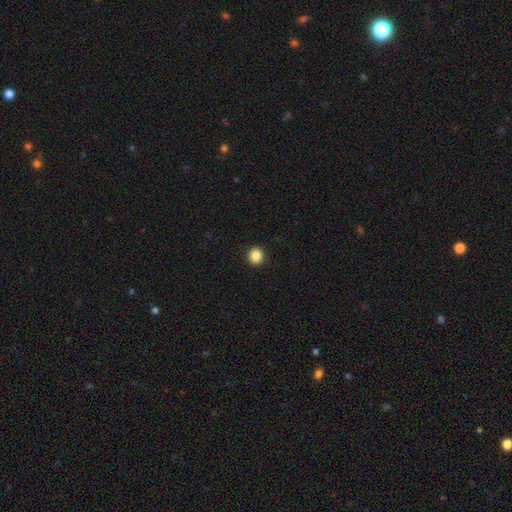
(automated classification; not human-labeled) Q: Smooth or featured?
A: smooth (86%); runner-up: star or artifact (10%)
Q: How rounded?
A: round (87%); runner-up: in between (12%)
Q: Merging?
A: none (93%); runner-up: minor disturbance (5%)